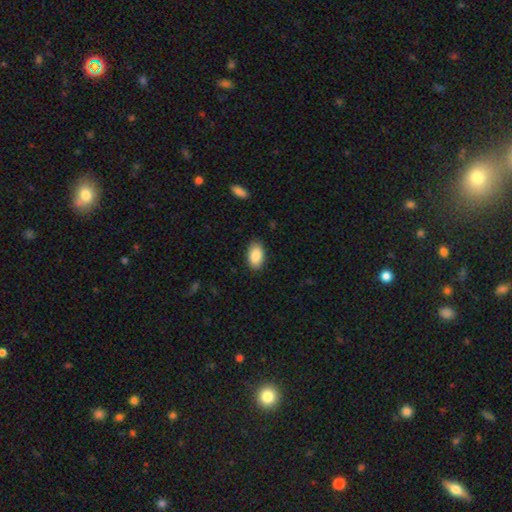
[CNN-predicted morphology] type=smooth (88%); roundness=in between (94%); merging=none (87%).